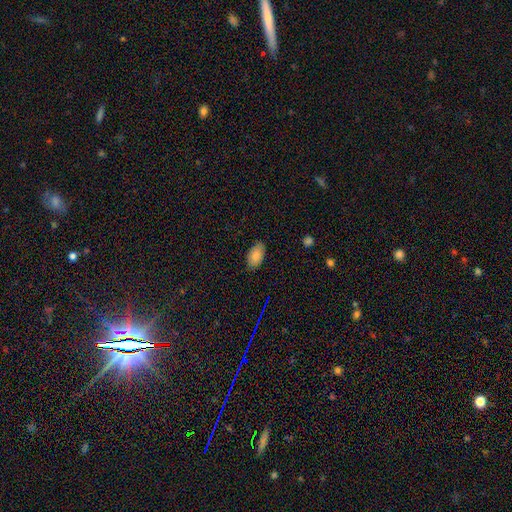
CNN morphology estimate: Q: Smooth or featured?
A: smooth (83%); runner-up: featured or disk (9%)
Q: How rounded?
A: in between (94%); runner-up: round (4%)
Q: Merging?
A: none (82%); runner-up: minor disturbance (14%)